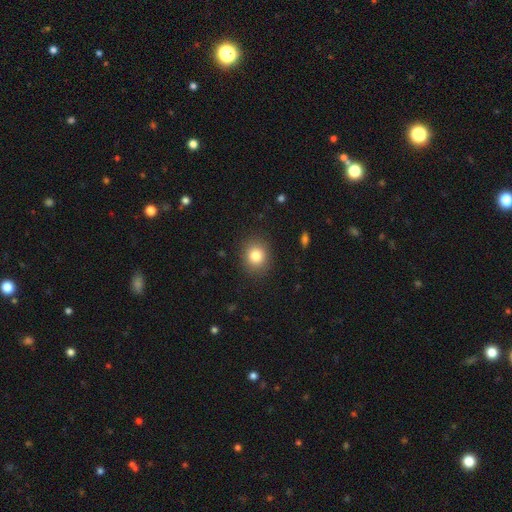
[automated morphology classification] smooth 82%, star or artifact 11%, featured or disk 8%. Down the decision tree: how rounded — round (76%); merging — none (89%).